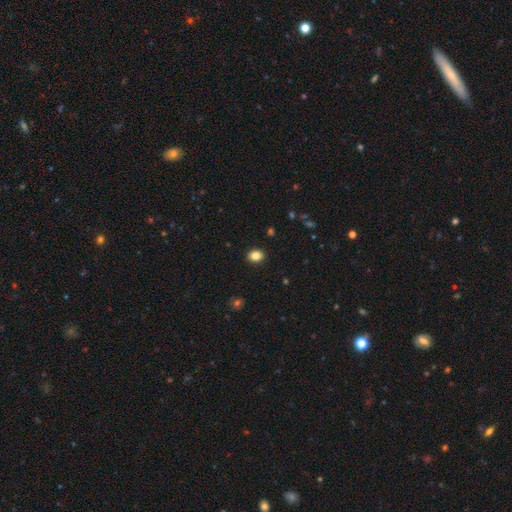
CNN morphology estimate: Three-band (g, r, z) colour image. It shows a smooth galaxy with no disk features (85%) that is round (55%). Merging: none (91%).